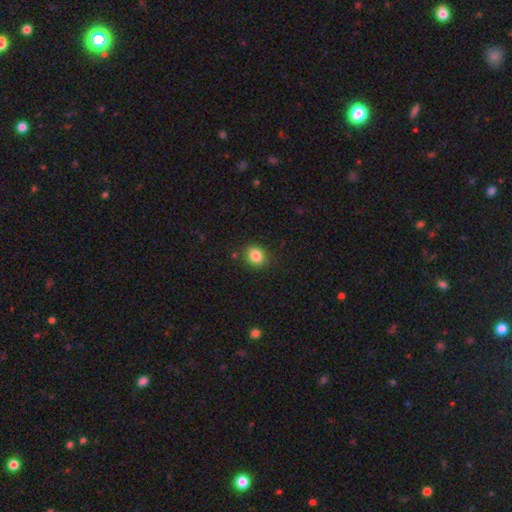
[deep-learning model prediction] Smooth or featured? Predicted: smooth (p=0.85). How rounded? Predicted: round (p=0.69). Merging? Predicted: none (p=0.85).